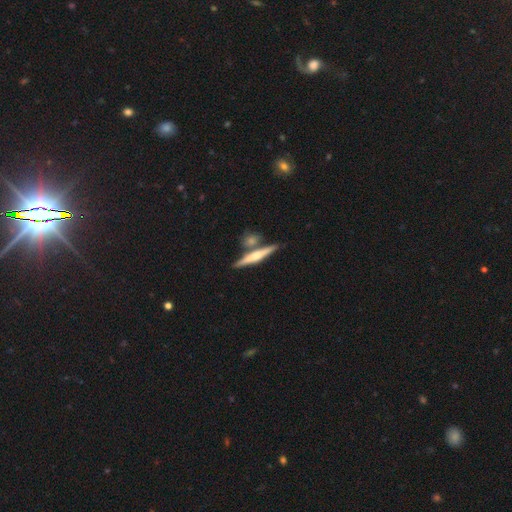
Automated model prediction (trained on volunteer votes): Smooth or featured: featured or disk — 55% (smooth — 39%)
Edge-on disk: yes — 96% (no — 4%)
Edge-on bulge: rounded — 75% (none — 16%)
Merging: none — 71% (merger — 18%)